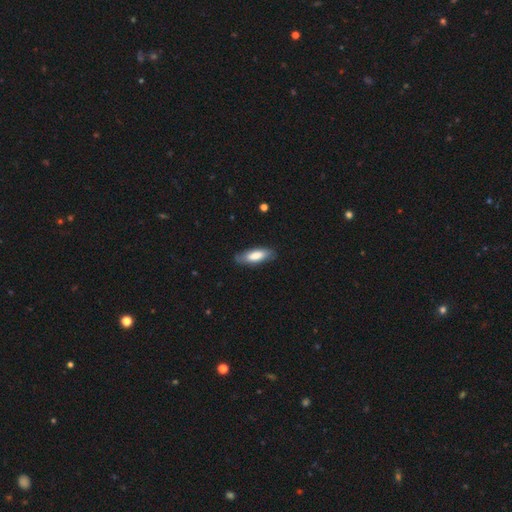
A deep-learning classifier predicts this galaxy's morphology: Overall: smooth (76%). How rounded: in between (62%; cigar-shaped 37%). Merging: none (82%).